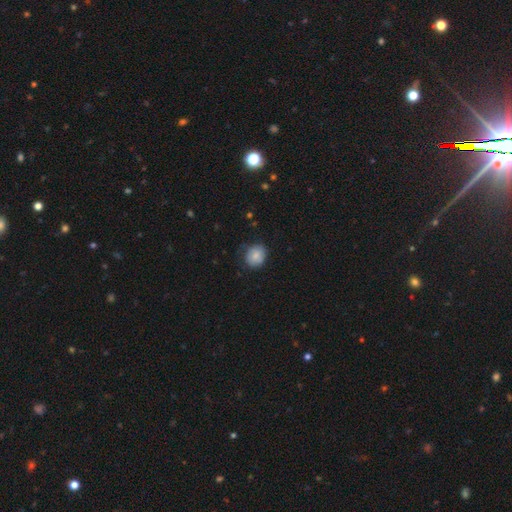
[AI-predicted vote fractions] The model was most divided on "how rounded": round: 70%, in between: 29%, cigar-shaped: 1%. More confident: smooth or featured — smooth (82%); merging — none (74%).